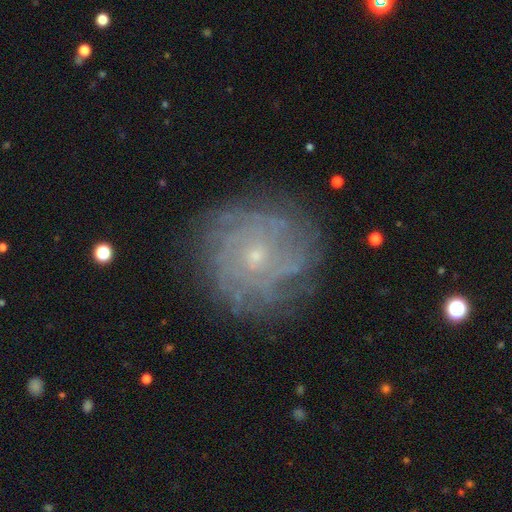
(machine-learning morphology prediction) Smooth or featured?
  - featured or disk: 78% *
  - smooth: 13%
  - star or artifact: 9%
Edge-on disk?
  - no: 97% *
  - yes: 3%
Bar?
  - no: 80% *
  - weak: 17%
  - strong: 3%
Spiral arms?
  - yes: 91% *
  - no: 9%
Spiral winding?
  - tight: 72% *
  - medium: 22%
  - loose: 6%
Spiral arm count?
  - can't tell: 39% *
  - more than 4: 17%
  - 4: 17%
  - 3: 11%
  - 2: 9%
  - 1: 7%
Bulge size?
  - small: 81% *
  - moderate: 14%
  - none: 2%
  - large: 1%
  - dominant: 1%
Merging?
  - none: 79% *
  - minor disturbance: 14%
  - major disturbance: 6%
  - merger: 1%